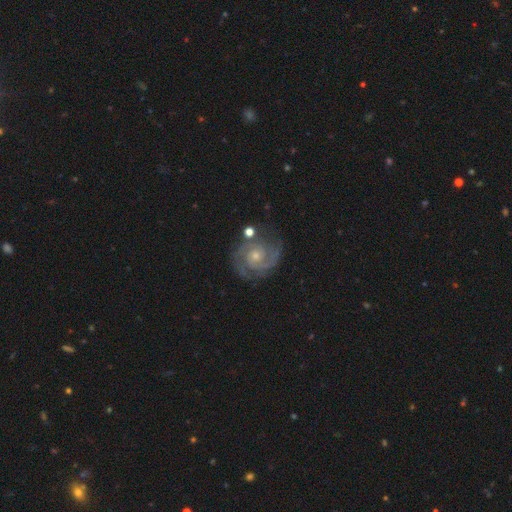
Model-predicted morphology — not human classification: Smooth or featured: featured or disk — 88% (star or artifact — 7%)
Edge-on disk: no — 98% (yes — 2%)
Bar: no — 69% (weak — 26%)
Spiral arms: yes — 97% (no — 3%)
Spiral winding: tight — 58% (medium — 36%)
Spiral arm count: 2 — 68% (3 — 14%)
Bulge size: small — 61% (moderate — 34%)
Merging: none — 76% (minor disturbance — 15%)